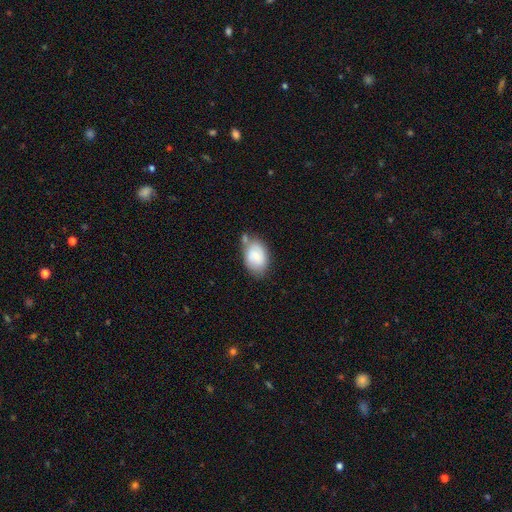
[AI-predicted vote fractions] The model was most divided on "merging": none: 54%, minor disturbance: 24%, merger: 16%, major disturbance: 6%. More confident: how rounded — in between (88%); smooth or featured — smooth (77%).